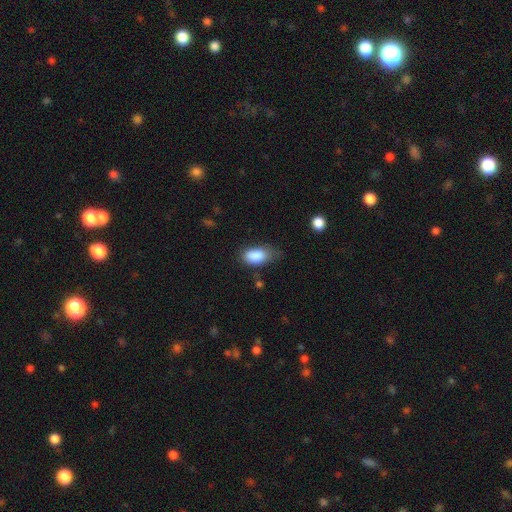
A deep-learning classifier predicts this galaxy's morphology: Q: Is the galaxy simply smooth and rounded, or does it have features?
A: smooth — 87%.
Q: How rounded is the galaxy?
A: in between — 92%.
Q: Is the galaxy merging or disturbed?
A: none — 54%.